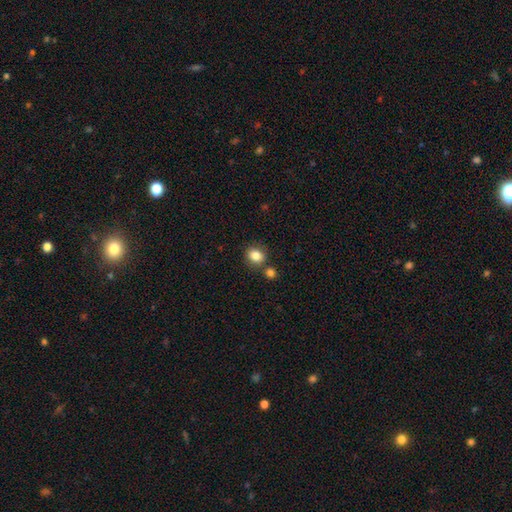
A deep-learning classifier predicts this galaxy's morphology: This appears to be a smooth galaxy with no disk features (84%) that is round (66%). Merging: none (72%).